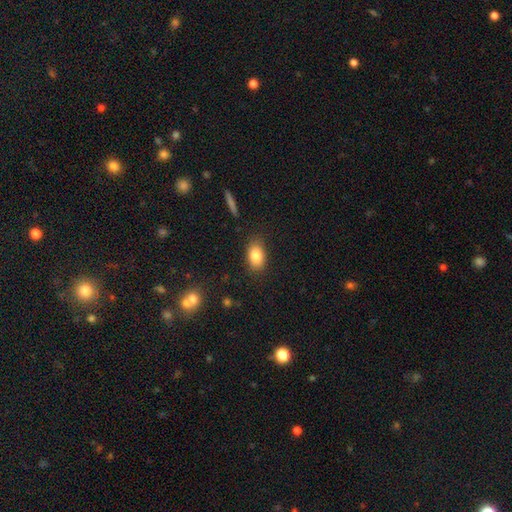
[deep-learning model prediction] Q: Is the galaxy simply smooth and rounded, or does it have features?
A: smooth — 83%.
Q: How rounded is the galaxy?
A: in between — 86%.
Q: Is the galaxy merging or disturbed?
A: none — 83%.